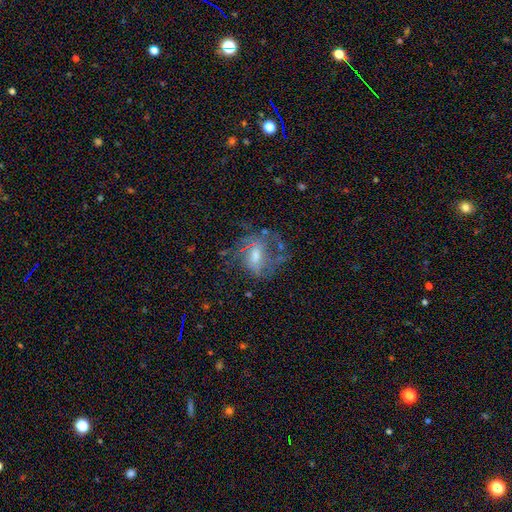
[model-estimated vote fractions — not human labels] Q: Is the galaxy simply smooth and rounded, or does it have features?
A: featured or disk — 72%.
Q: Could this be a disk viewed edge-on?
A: no — 96%.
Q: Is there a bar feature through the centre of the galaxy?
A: weak — 48%.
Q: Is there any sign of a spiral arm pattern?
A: yes — 83%.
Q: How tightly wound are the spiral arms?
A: medium — 46%.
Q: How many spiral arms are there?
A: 2 — 42%.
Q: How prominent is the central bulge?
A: moderate — 55%.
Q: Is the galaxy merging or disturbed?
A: none — 52%.